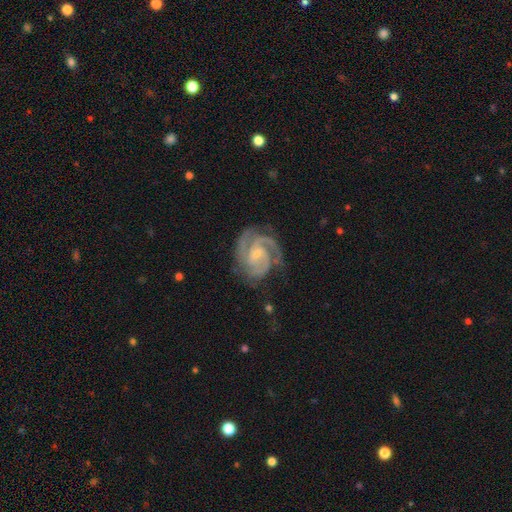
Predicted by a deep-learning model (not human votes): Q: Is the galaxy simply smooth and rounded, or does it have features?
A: featured or disk — 92%.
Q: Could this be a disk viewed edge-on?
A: no — 98%.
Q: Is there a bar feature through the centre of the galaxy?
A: weak — 47%.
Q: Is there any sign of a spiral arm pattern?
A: yes — 98%.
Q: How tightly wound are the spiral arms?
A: tight — 57%.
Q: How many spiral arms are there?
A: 2 — 43%.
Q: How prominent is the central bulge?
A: small — 66%.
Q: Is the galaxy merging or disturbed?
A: none — 71%.